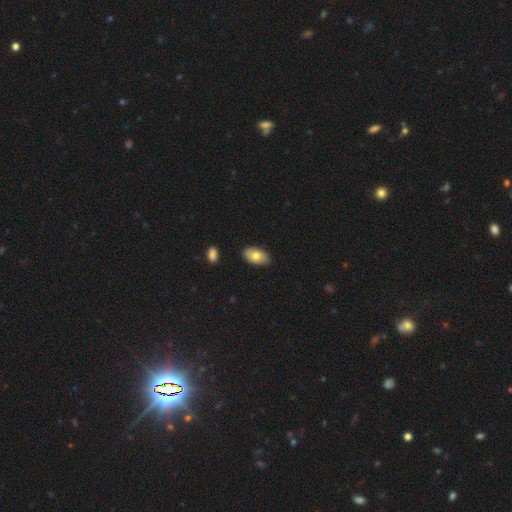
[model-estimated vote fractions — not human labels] Overall: smooth (74%). How rounded: in between (94%). Merging: none (86%).